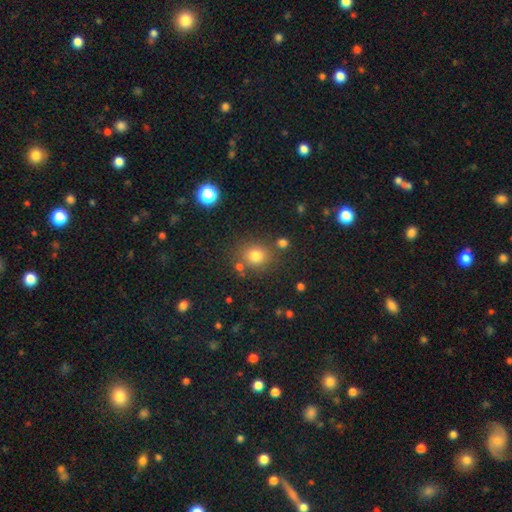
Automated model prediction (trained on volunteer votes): This appears to be a smooth galaxy with no disk features (77%) that is round (78%). Merging: none (78%).